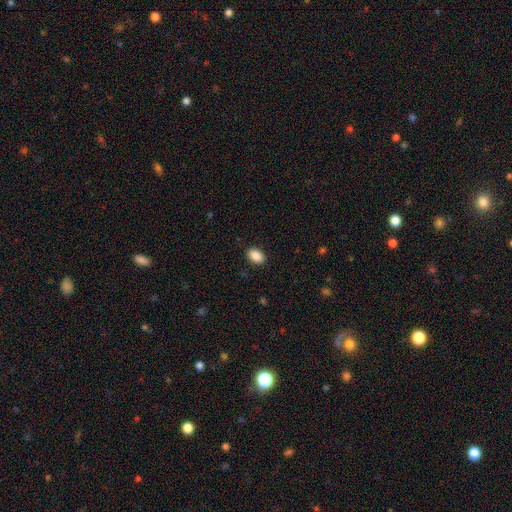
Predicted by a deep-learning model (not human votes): This is clearly a smooth galaxy (89%). How rounded: clearly in between (84%). Merging: clearly none (89%).